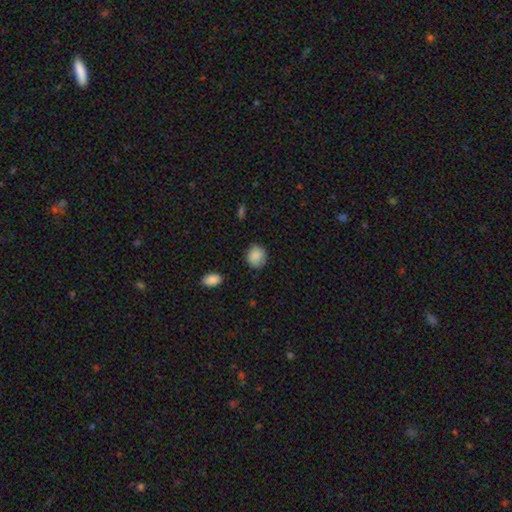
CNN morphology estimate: type=smooth (88%); roundness=round (76%); merging=none (82%).